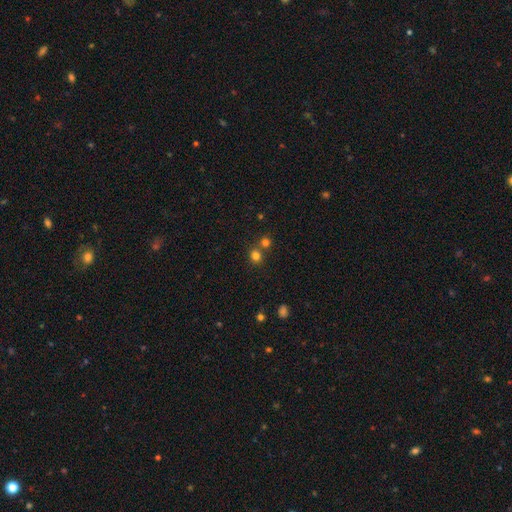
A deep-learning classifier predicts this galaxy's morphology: Smooth or featured: smooth — 76% (star or artifact — 18%)
How rounded: round — 85% (in between — 14%)
Merging: none — 65% (merger — 26%)